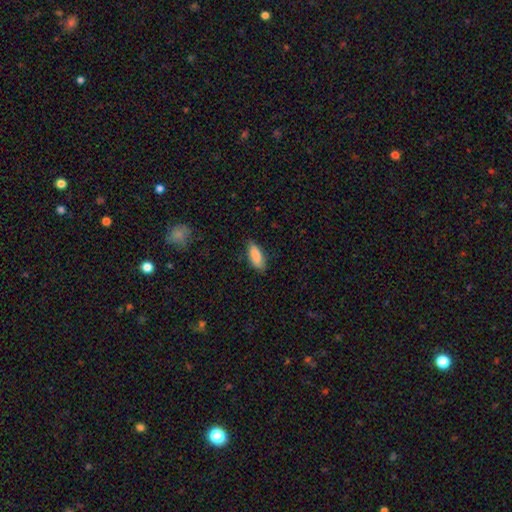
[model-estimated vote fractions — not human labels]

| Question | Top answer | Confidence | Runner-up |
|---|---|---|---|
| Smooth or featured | smooth | 85% | featured or disk (9%) |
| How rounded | in between | 77% | cigar-shaped (21%) |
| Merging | none | 79% | minor disturbance (17%) |